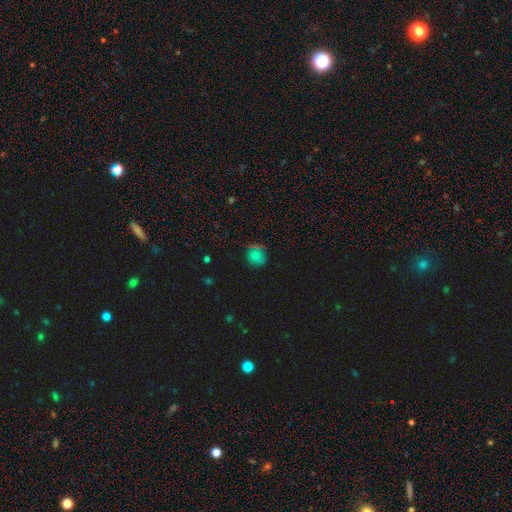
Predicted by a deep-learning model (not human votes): Smooth or featured? Predicted: smooth (p=0.68). How rounded? Predicted: round (p=0.75). Merging? Predicted: none (p=0.68).